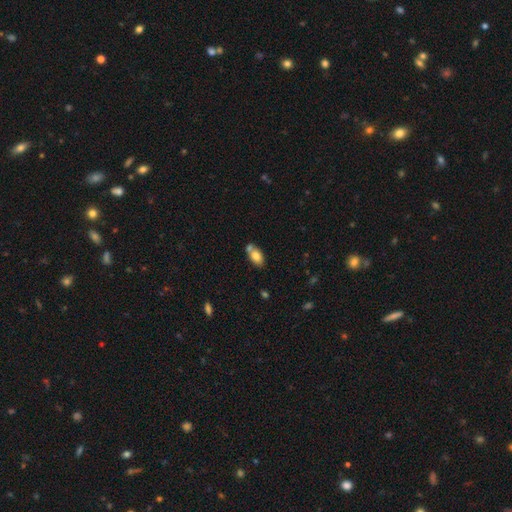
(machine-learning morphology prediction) Overall: smooth (79%). How rounded: in between (89%). Merging: none (48%; merger 33%).